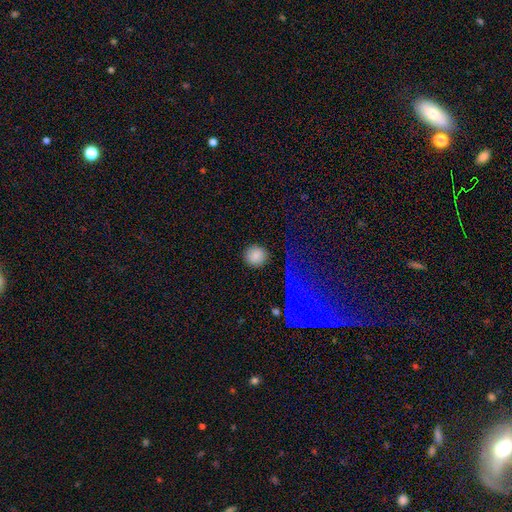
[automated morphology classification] Smooth or featured: smooth — 84% (star or artifact — 10%)
How rounded: round — 95% (in between — 4%)
Merging: none — 88% (minor disturbance — 7%)